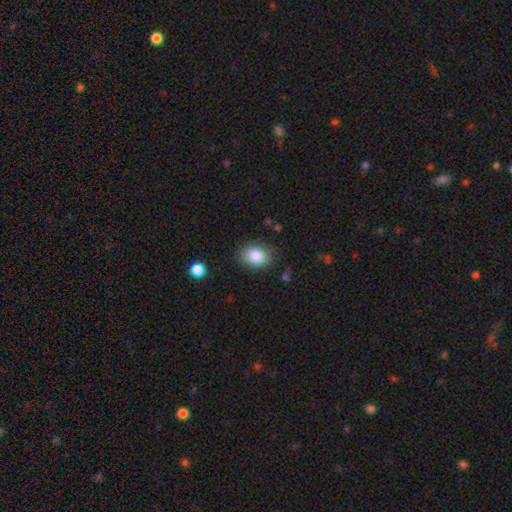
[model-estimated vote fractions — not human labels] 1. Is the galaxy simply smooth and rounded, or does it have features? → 86% smooth, 8% star or artifact, 6% featured or disk.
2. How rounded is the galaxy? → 75% in between, 24% round, 1% cigar-shaped.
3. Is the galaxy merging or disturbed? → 82% none, 12% minor disturbance, 4% major disturbance, 2% merger.